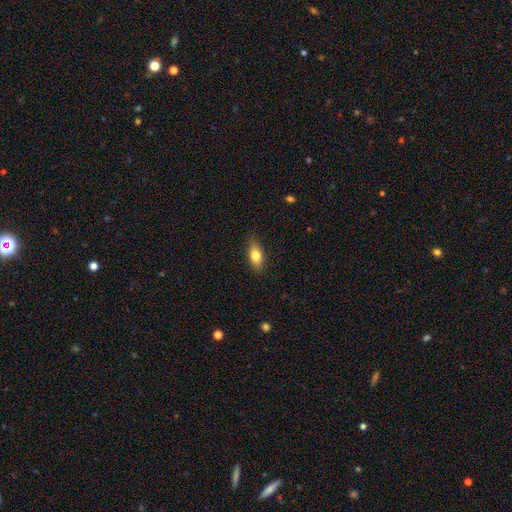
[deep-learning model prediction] Smooth or featured: smooth — 77% (featured or disk — 16%)
How rounded: in between — 81% (cigar-shaped — 14%)
Merging: none — 85% (minor disturbance — 12%)